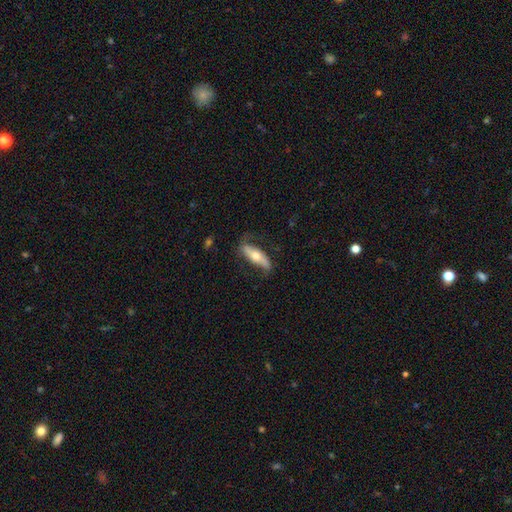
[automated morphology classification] This appears to be a featured or disk galaxy (57%). Merging: none (68%).